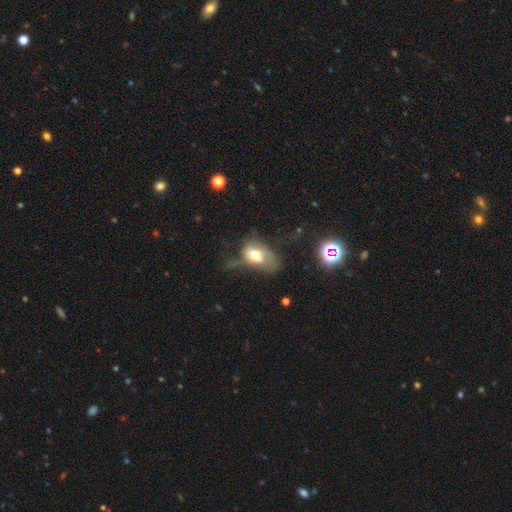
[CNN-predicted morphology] Smooth or featured: smooth — 59% (featured or disk — 31%)
How rounded: in between — 86% (round — 11%)
Merging: major disturbance — 43% (minor disturbance — 27%)